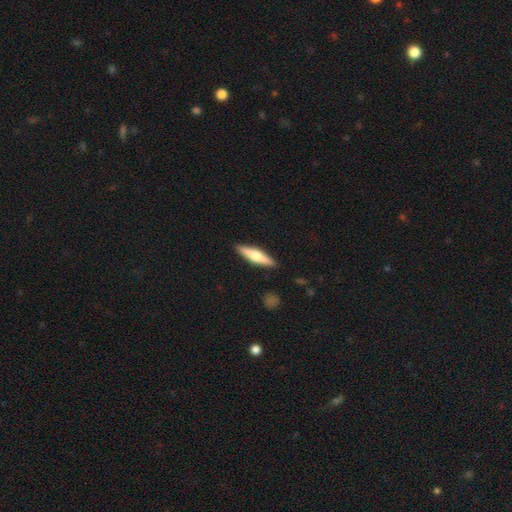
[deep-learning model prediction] Smooth or featured? Predicted: featured or disk (p=0.49). Merging? Predicted: none (p=0.90).